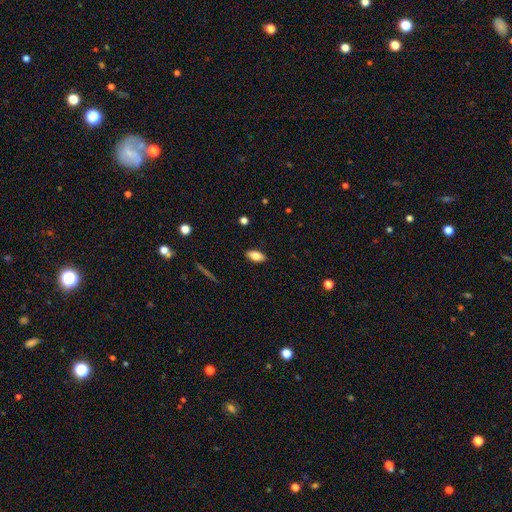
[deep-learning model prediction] smooth_or_featured: smooth (p=0.82) [alt: featured or disk p=0.11]
how_rounded: in between (p=0.90) [alt: cigar-shaped p=0.07]
merging: none (p=0.88) [alt: minor disturbance p=0.09]